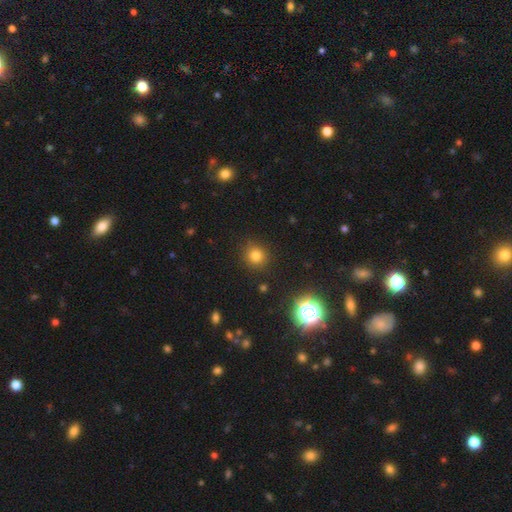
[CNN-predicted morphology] This appears to be a smooth galaxy with no disk features (78%) that is round (91%). Merging: none (88%).